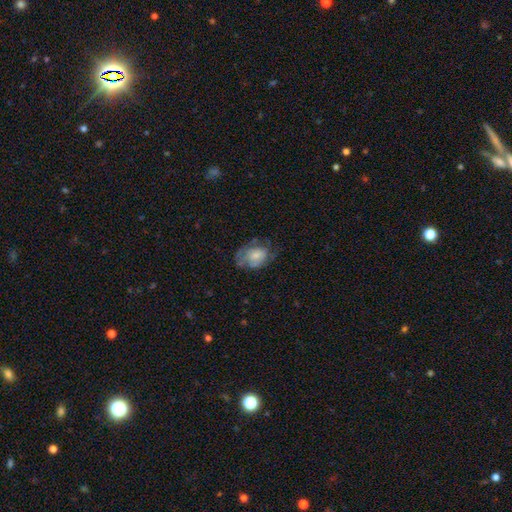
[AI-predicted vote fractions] Smooth or featured: smooth — 54% (featured or disk — 38%)
How rounded: in between — 72% (round — 27%)
Merging: none — 45% (minor disturbance — 30%)